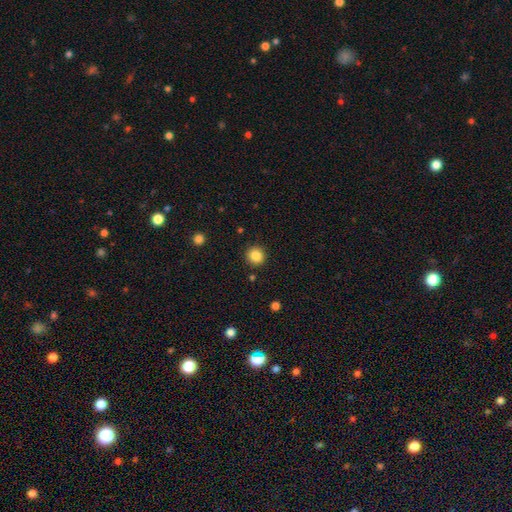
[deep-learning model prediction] Smooth or featured: smooth — 85% (star or artifact — 10%)
How rounded: round — 92% (in between — 7%)
Merging: none — 90% (minor disturbance — 6%)